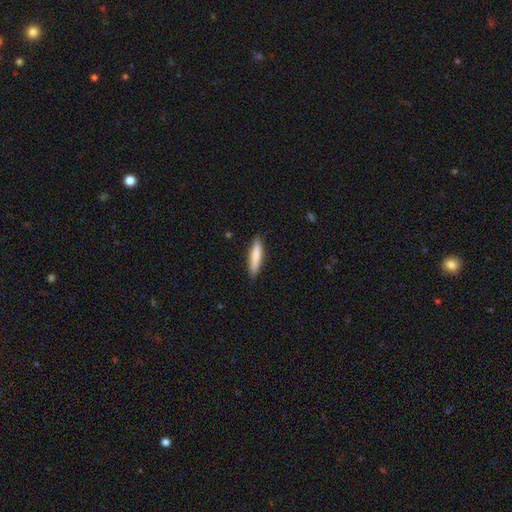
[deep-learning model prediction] smooth 80%, featured or disk 15%, star or artifact 5%. Down the decision tree: how rounded — cigar-shaped (83%); merging — none (87%).